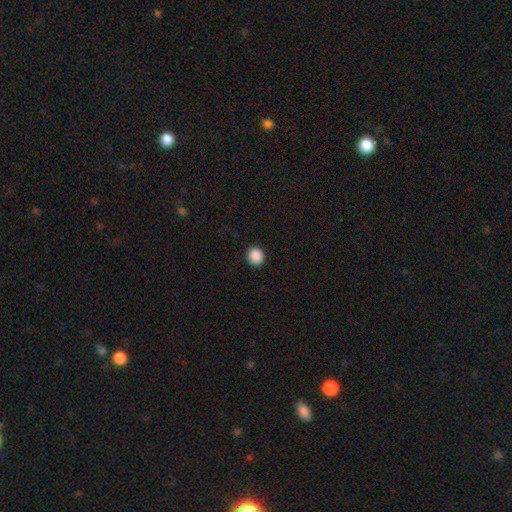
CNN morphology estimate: Smooth or featured?
  - smooth: 89% *
  - star or artifact: 9%
  - featured or disk: 2%
How rounded?
  - round: 89% *
  - in between: 10%
  - cigar-shaped: 1%
Merging?
  - none: 92% *
  - minor disturbance: 5%
  - major disturbance: 2%
  - merger: 1%